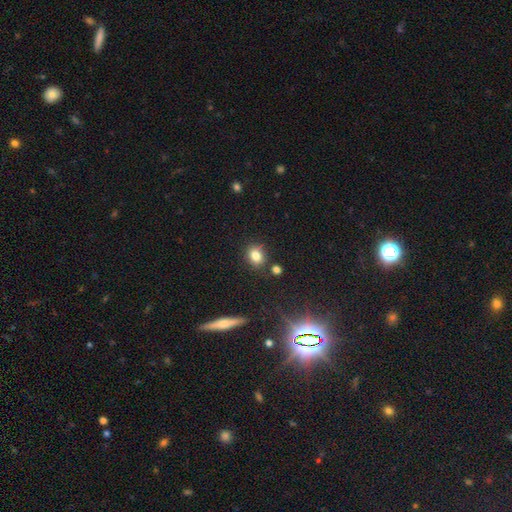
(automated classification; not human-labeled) A smooth galaxy with no disk features (80%) that is round (52%). Merging: none (78%).